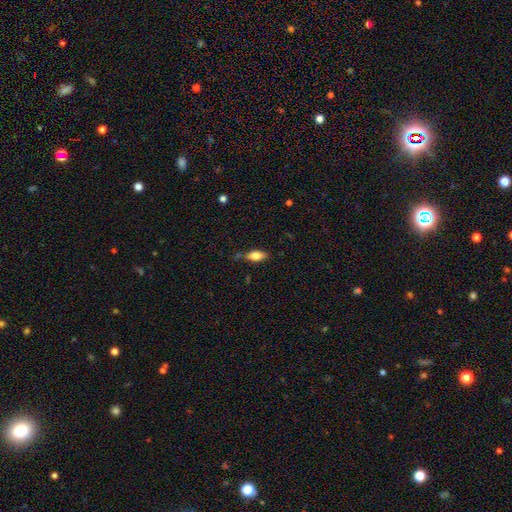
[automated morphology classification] Q: Smooth or featured?
A: smooth (73%); runner-up: featured or disk (19%)
Q: How rounded?
A: in between (82%); runner-up: cigar-shaped (14%)
Q: Merging?
A: none (71%); runner-up: minor disturbance (21%)